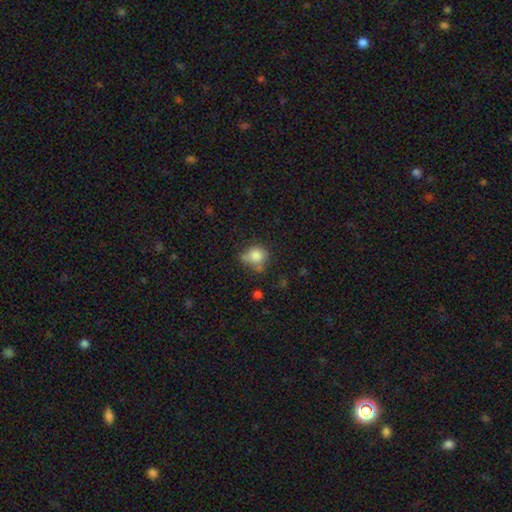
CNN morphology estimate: Overall: smooth (81%). How rounded: round (81%). Merging: none (56%; minor disturbance 21%).